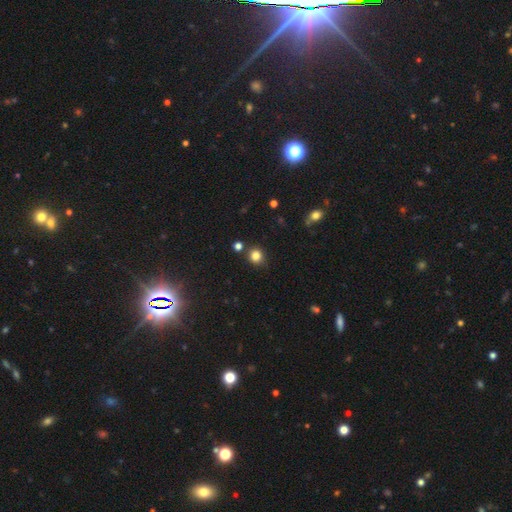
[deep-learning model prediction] Morphology: type=smooth (82%); roundness=round (86%); merging=none (83%).